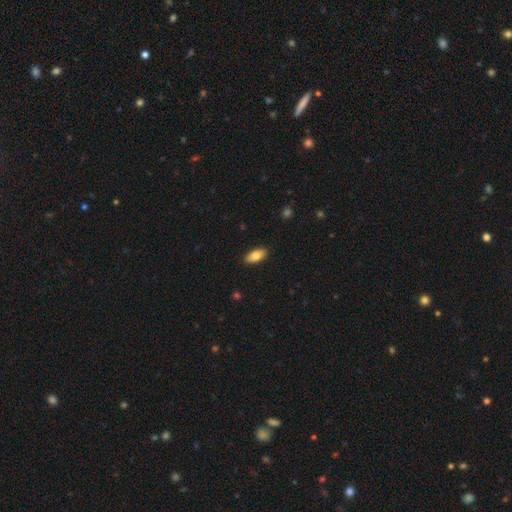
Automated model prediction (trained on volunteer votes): smooth-or-featured: smooth: 81% | featured or disk: 12% | star or artifact: 7%
  how-rounded: in between: 91% | cigar-shaped: 6% | round: 3%
  merging: none: 89% | minor disturbance: 8% | major disturbance: 2% | merger: 1%